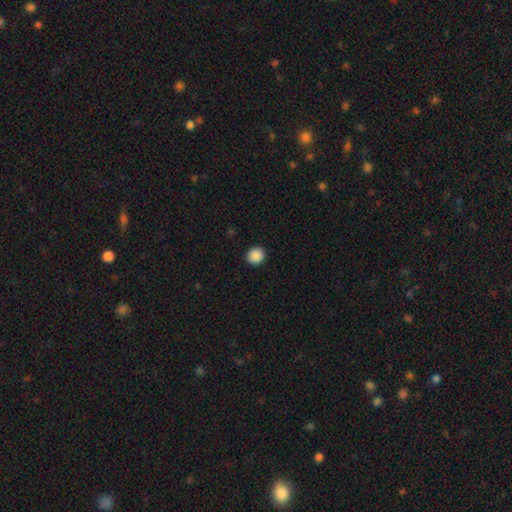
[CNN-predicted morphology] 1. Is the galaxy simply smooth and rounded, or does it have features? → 89% smooth, 9% star or artifact, 2% featured or disk.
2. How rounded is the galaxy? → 92% round, 7% in between, 1% cigar-shaped.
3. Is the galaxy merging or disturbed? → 93% none, 5% minor disturbance, 2% major disturbance, 1% merger.